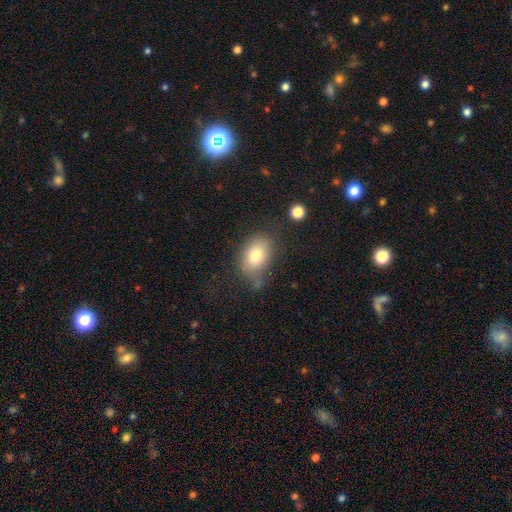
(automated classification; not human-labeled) This appears to be a smooth galaxy with no disk features (77%) that is in between round and cigar-shaped (78%). Merging: none (62%).